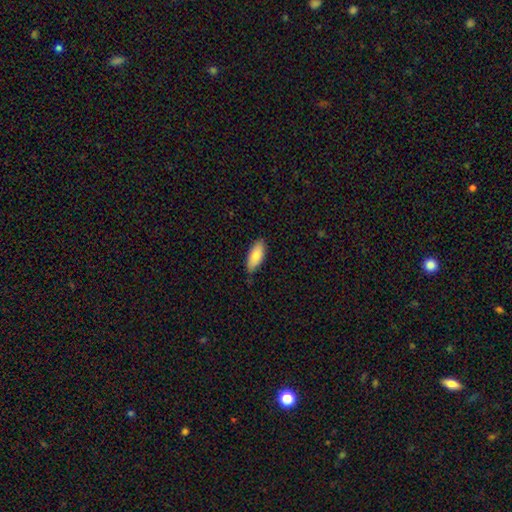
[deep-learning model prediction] This is clearly a smooth galaxy (84%). How rounded: clearly in between (83%). Merging: likely none (78%).